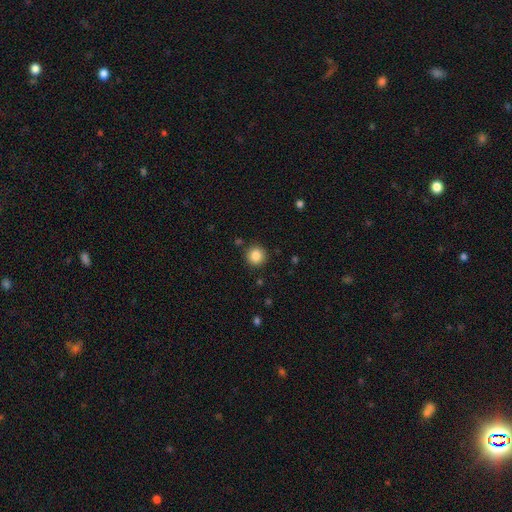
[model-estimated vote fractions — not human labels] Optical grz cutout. It shows a smooth galaxy with no disk features (85%) that is round (94%). Merging: none (90%).